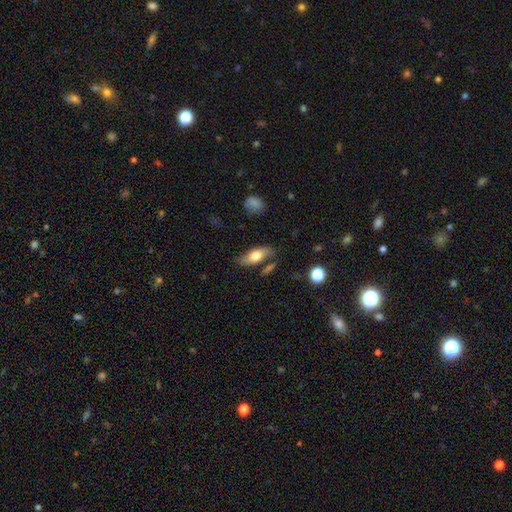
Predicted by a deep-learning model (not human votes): Smooth or featured?
  - smooth: 61% *
  - featured or disk: 33%
  - star or artifact: 6%
How rounded?
  - in between: 76% *
  - cigar-shaped: 20%
  - round: 4%
Merging?
  - none: 72% *
  - minor disturbance: 18%
  - merger: 6%
  - major disturbance: 5%